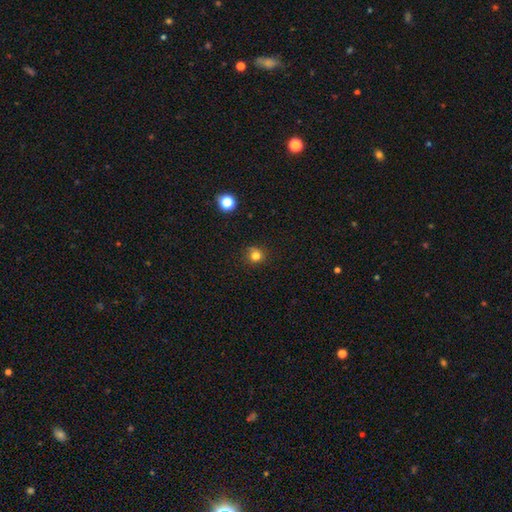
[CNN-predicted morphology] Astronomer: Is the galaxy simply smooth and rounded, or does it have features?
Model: smooth — 79%.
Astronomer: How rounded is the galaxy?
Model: round — 92%.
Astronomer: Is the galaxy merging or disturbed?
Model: none — 83%.